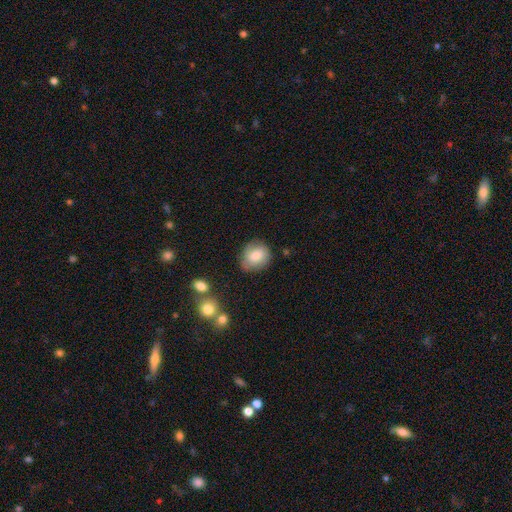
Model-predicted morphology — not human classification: smooth_or_featured: smooth (p=0.75) [alt: featured or disk p=0.18]
how_rounded: round (p=0.64) [alt: in between p=0.35]
merging: none (p=0.71) [alt: minor disturbance p=0.21]